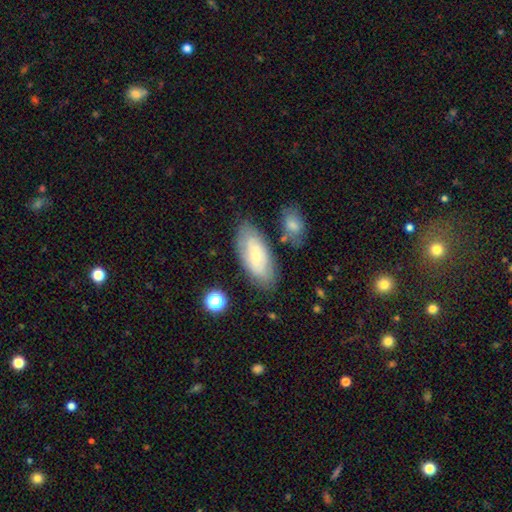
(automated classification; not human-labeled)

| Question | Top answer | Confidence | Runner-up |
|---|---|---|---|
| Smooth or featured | smooth | 53% | featured or disk (39%) |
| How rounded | in between | 86% | cigar-shaped (11%) |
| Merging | none | 76% | minor disturbance (15%) |